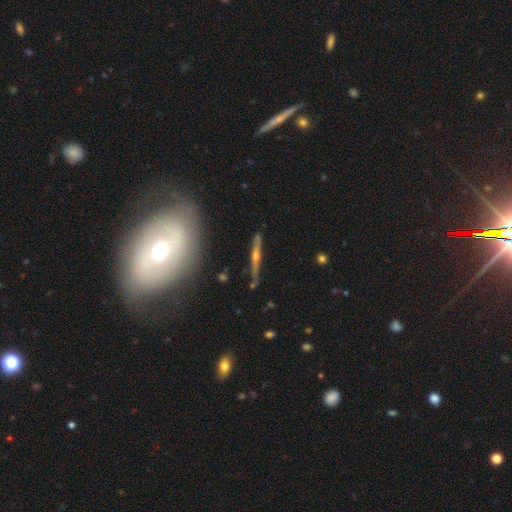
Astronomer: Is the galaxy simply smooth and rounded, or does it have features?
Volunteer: featured or disk — 61%.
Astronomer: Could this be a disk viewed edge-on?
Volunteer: yes — 83%.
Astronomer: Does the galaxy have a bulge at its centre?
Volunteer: rounded — 89%.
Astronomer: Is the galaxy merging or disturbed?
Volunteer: none — 83%.